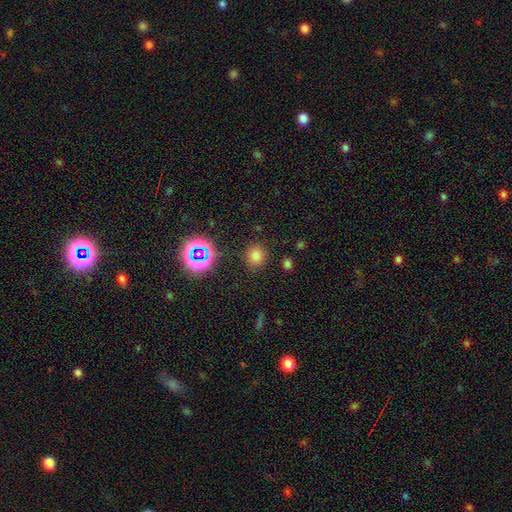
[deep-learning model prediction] The model was most divided on "how rounded": round: 72%, in between: 27%, cigar-shaped: 1%. More confident: merging — none (85%); smooth or featured — smooth (72%).